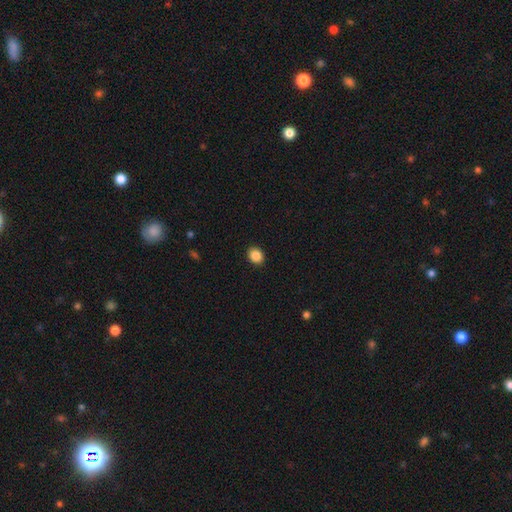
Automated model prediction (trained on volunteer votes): Smooth or featured? Predicted: smooth (p=0.88). How rounded? Predicted: round (p=0.60). Merging? Predicted: none (p=0.92).